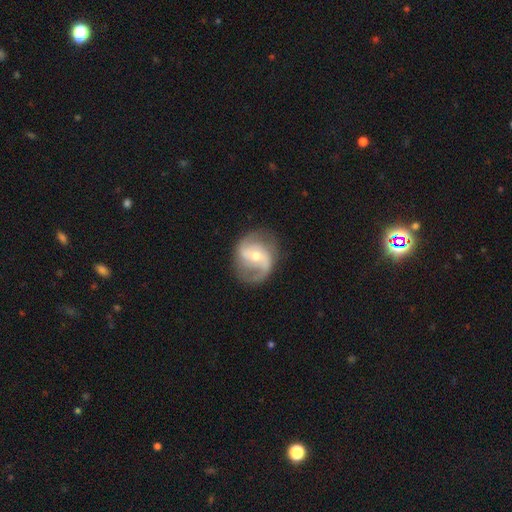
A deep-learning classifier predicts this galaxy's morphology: smooth-or-featured: featured or disk: 86% | smooth: 9% | star or artifact: 5%
  disk-edge-on: no: 98% | yes: 2%
    bar: weak: 43% | no: 38% | strong: 19%
    has-spiral-arms: yes: 96% | no: 4%
      spiral-winding: medium: 49% | loose: 34% | tight: 17%
      spiral-arm-count: 2: 86% | can't tell: 5% | 1: 4% | 3: 3% | 4: 1% | more than 4: 1%
    bulge-size: moderate: 53% | small: 43% | large: 2% | none: 1% | dominant: 1%
  merging: none: 76% | minor disturbance: 15% | major disturbance: 7% | merger: 1%